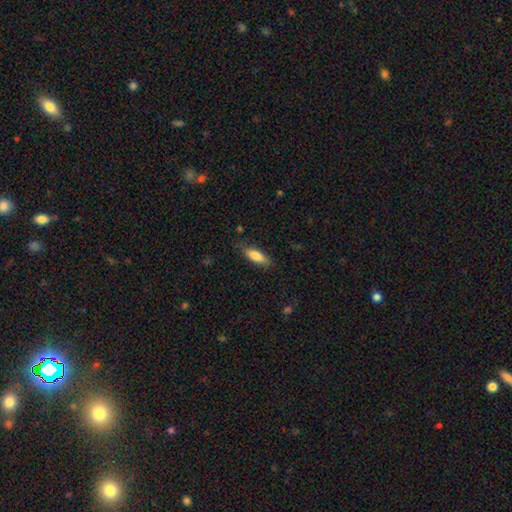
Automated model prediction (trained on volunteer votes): smooth 81%, featured or disk 13%, star or artifact 6%. Down the decision tree: how rounded — in between (61%); merging — none (77%).